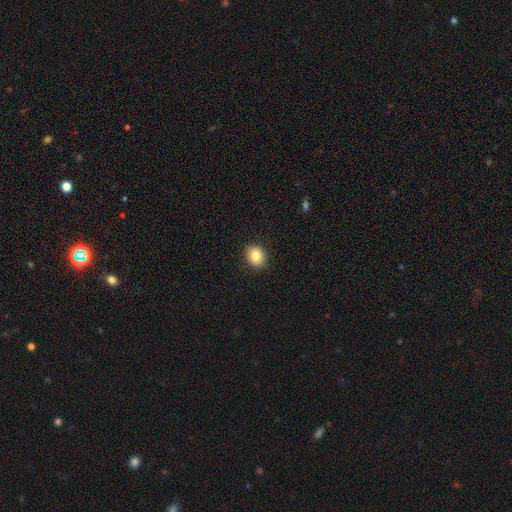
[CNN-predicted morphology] The model was most divided on "how rounded": round: 54%, in between: 45%, cigar-shaped: 1%. More confident: merging — none (90%); smooth or featured — smooth (85%).